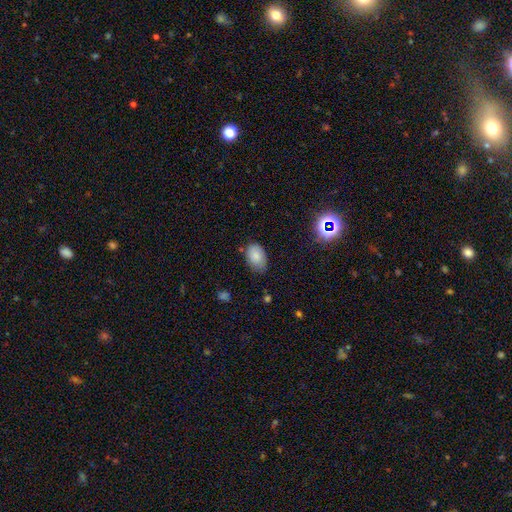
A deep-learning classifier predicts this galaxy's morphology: Smooth or featured? Predicted: smooth (p=0.82). How rounded? Predicted: in between (p=0.88). Merging? Predicted: none (p=0.68).